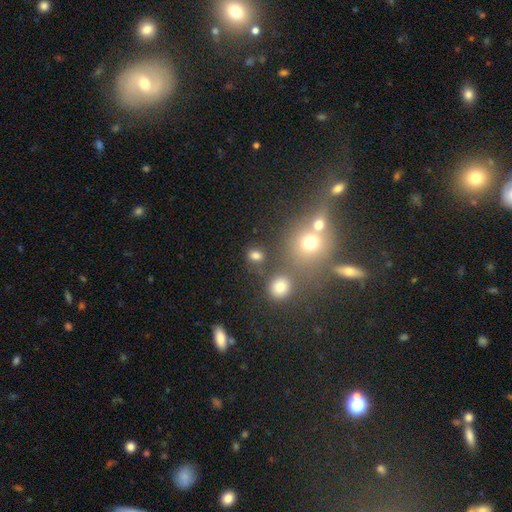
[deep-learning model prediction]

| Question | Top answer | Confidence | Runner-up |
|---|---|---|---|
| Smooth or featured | smooth | 75% | star or artifact (17%) |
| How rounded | round | 64% | in between (35%) |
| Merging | none | 71% | merger (13%) |